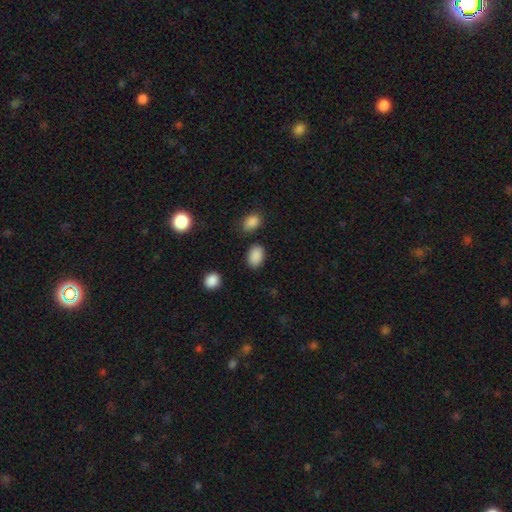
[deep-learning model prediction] A smooth galaxy with no disk features (89%) that is in between round and cigar-shaped (83%).

Vote fractions:
- Smooth or featured? smooth: 89% / star or artifact: 8% / featured or disk: 3%
- How rounded? in between: 83% / round: 16% / cigar-shaped: 1%
- Merging? none: 83% / minor disturbance: 10% / merger: 4% / major disturbance: 3%